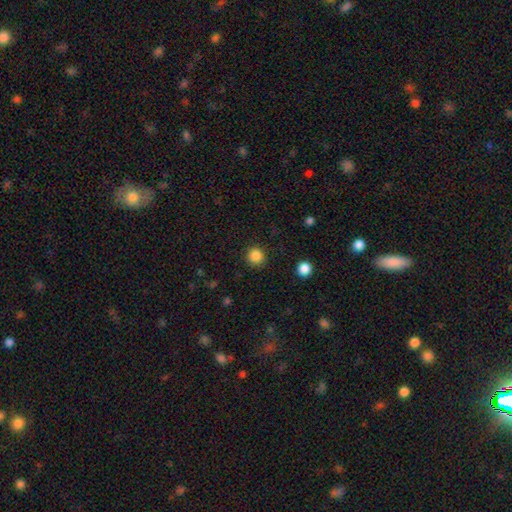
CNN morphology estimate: This is clearly a smooth galaxy (85%). How rounded: clearly round (94%). Merging: clearly none (91%).